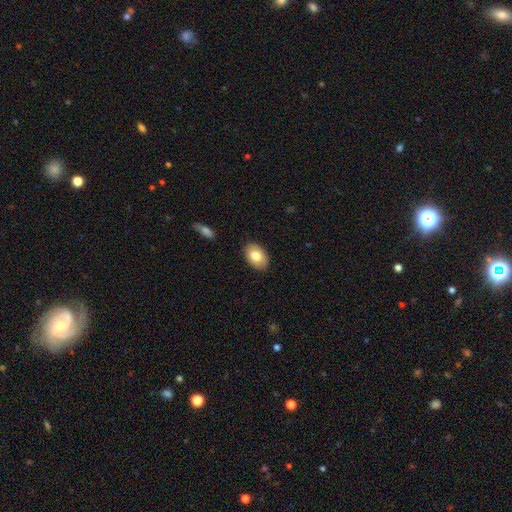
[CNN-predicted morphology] This is likely a smooth galaxy (80%). How rounded: clearly in between (89%). Merging: clearly none (88%).